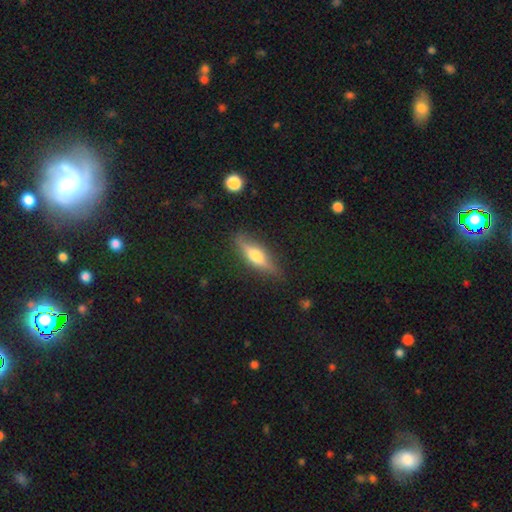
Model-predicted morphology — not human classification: Smooth or featured? featured or disk (51%)
Edge-on disk? yes (91%)
Merging? none (84%)